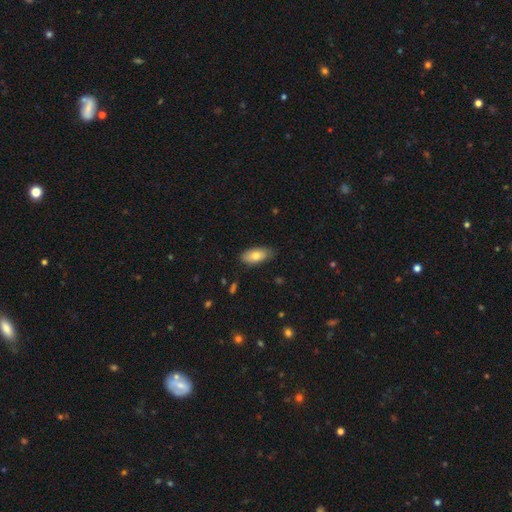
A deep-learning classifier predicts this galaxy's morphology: smooth_or_featured: smooth (p=0.74) [alt: featured or disk p=0.20]
how_rounded: in between (p=0.91) [alt: cigar-shaped p=0.06]
merging: none (p=0.78) [alt: minor disturbance p=0.18]